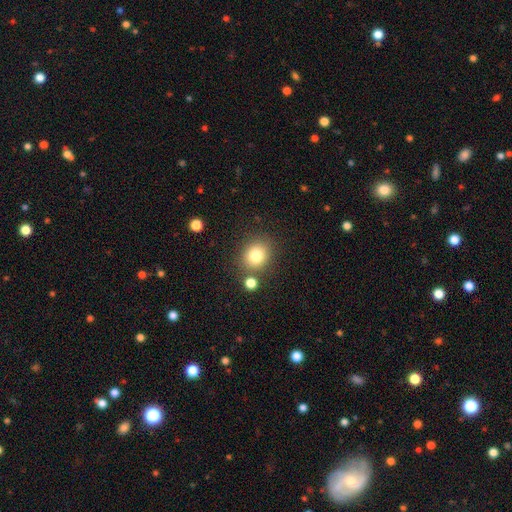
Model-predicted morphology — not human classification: A smooth galaxy with no disk features (80%) that is round (76%).

Vote fractions:
- Smooth or featured? smooth: 80% / star or artifact: 11% / featured or disk: 8%
- How rounded? round: 76% / in between: 23% / cigar-shaped: 1%
- Merging? none: 77% / minor disturbance: 10% / merger: 9% / major disturbance: 3%